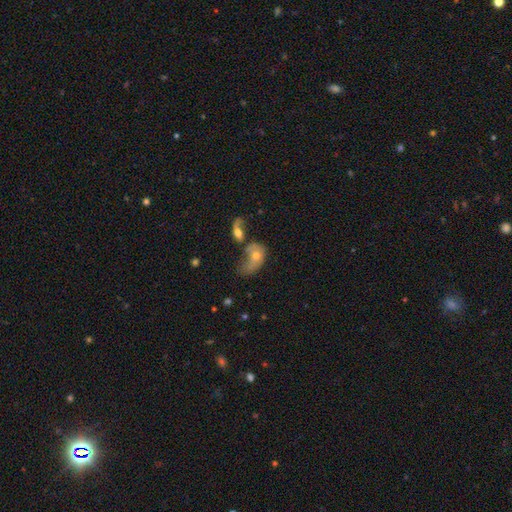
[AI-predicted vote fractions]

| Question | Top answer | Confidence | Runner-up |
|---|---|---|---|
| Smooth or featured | smooth | 49% | featured or disk (42%) |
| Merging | merger | 52% | major disturbance (24%) |